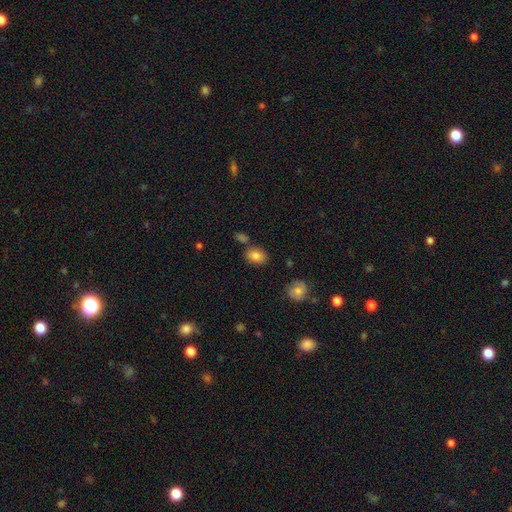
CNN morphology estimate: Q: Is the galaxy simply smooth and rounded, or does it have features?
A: smooth — 82%.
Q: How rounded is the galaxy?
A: in between — 70%.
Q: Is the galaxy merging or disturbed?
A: none — 76%.